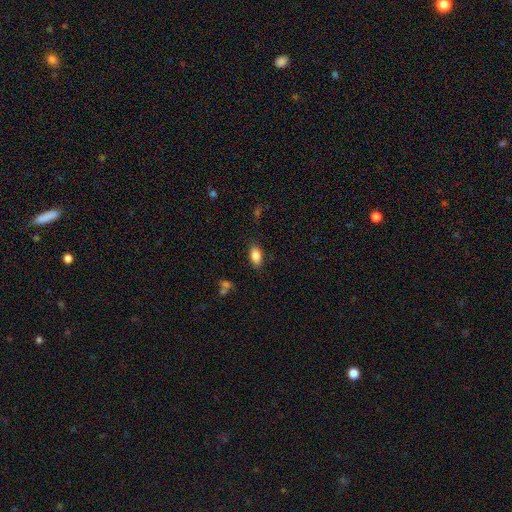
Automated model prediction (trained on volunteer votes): This appears to be a smooth galaxy with no disk features (84%) that is in between round and cigar-shaped (90%). Merging: none (84%).